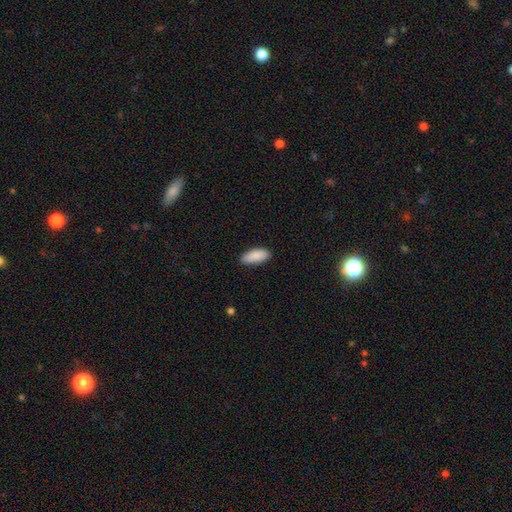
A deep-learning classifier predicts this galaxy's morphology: Overall: smooth (90%). How rounded: in between (85%). Merging: none (86%).